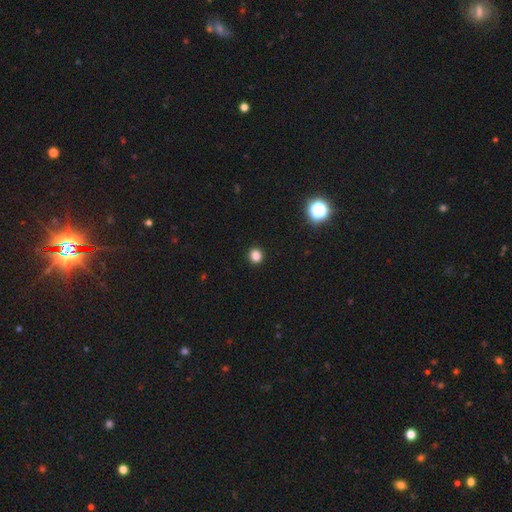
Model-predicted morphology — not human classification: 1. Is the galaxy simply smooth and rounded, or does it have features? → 83% smooth, 13% star or artifact, 3% featured or disk.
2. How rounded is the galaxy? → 86% round, 13% in between, 1% cigar-shaped.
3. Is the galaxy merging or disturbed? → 93% none, 5% minor disturbance, 2% major disturbance, 1% merger.